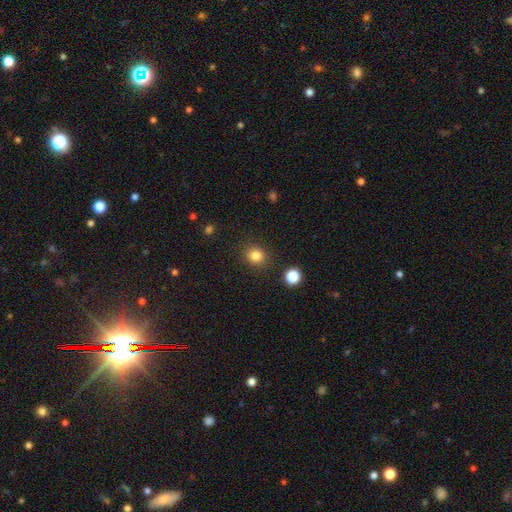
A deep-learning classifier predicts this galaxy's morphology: Q: Smooth or featured?
A: smooth (83%); runner-up: star or artifact (12%)
Q: How rounded?
A: round (81%); runner-up: in between (18%)
Q: Merging?
A: none (88%); runner-up: minor disturbance (7%)